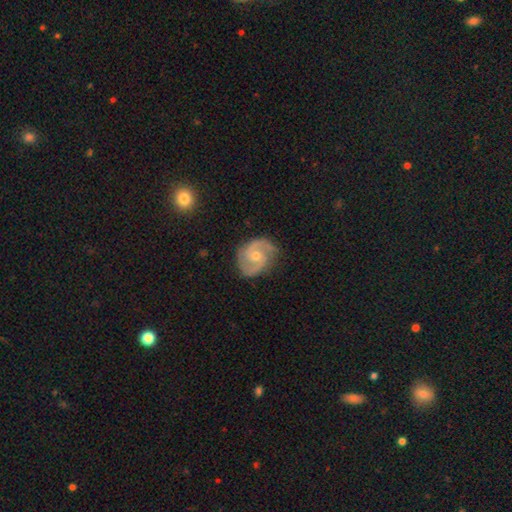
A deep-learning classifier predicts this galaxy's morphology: A featured or disk galaxy (87%) with no bar (56%), 2 (89%) medium (53%) spiral arms (97%) and a moderate central bulge (56%).

Vote fractions:
- Smooth or featured? featured or disk: 87% / smooth: 8% / star or artifact: 5%
- Edge-on disk? no: 98% / yes: 2%
- Bar? no: 56% / weak: 37% / strong: 7%
- Spiral arms? yes: 97% / no: 3%
- Spiral winding? medium: 53% / tight: 34% / loose: 13%
- Spiral arm count? 2: 89% / can't tell: 4% / 3: 3% / 1: 2% / 4: 1% / more than 4: 1%
- Bulge size? moderate: 56% / small: 41% / large: 1% / none: 1% / dominant: 1%
- Merging? none: 80% / minor disturbance: 15% / major disturbance: 4% / merger: 1%